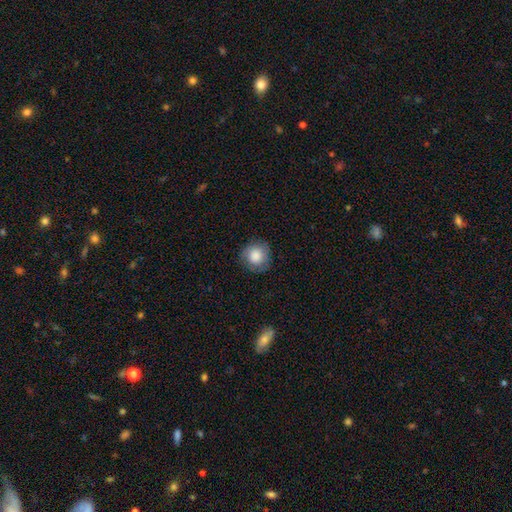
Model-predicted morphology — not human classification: Smooth or featured?
  - smooth: 83% *
  - featured or disk: 9%
  - star or artifact: 8%
How rounded?
  - round: 92% *
  - in between: 7%
  - cigar-shaped: 1%
Merging?
  - none: 83% *
  - minor disturbance: 13%
  - major disturbance: 3%
  - merger: 1%